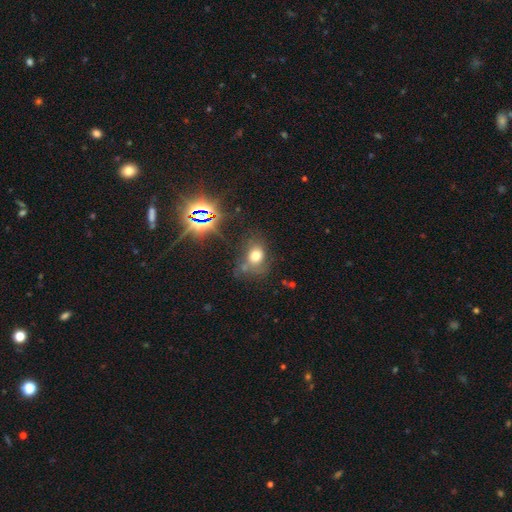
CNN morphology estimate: Smooth or featured? Predicted: smooth (p=0.65). How rounded? Predicted: in between (p=0.54). Merging? Predicted: none (p=0.52).